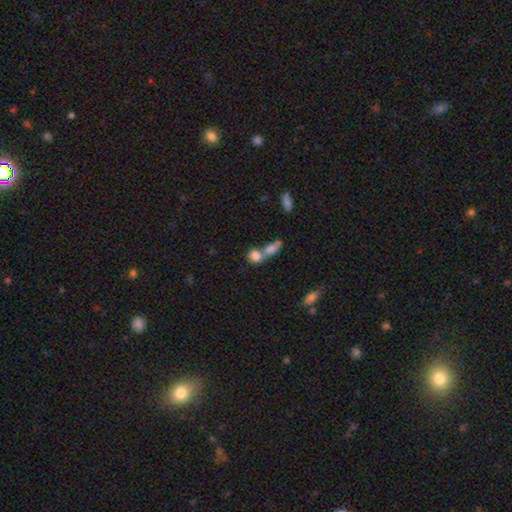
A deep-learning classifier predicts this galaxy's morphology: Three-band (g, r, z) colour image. It shows a smooth galaxy with no disk features (81%) that is round (53%). Merging: merger (59%).